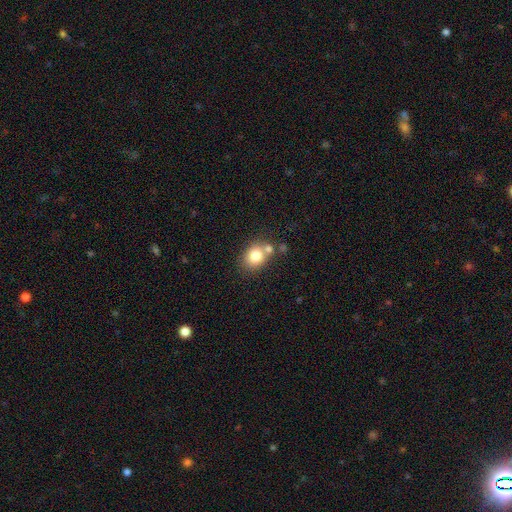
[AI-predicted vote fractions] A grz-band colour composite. It shows a smooth galaxy with no disk features (78%) that is round (58%). Merging: none (57%).